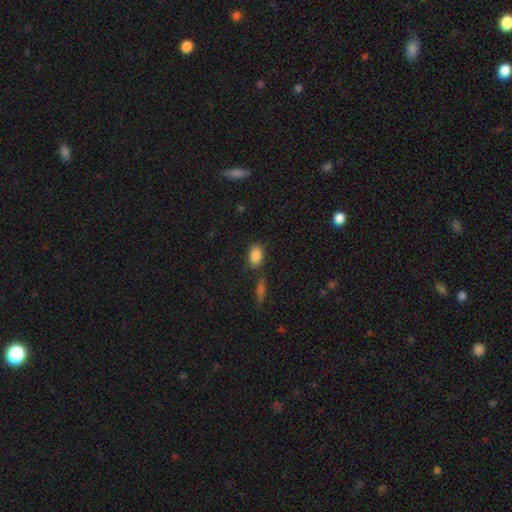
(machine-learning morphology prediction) type=smooth (86%); roundness=in between (84%); merging=none (75%).